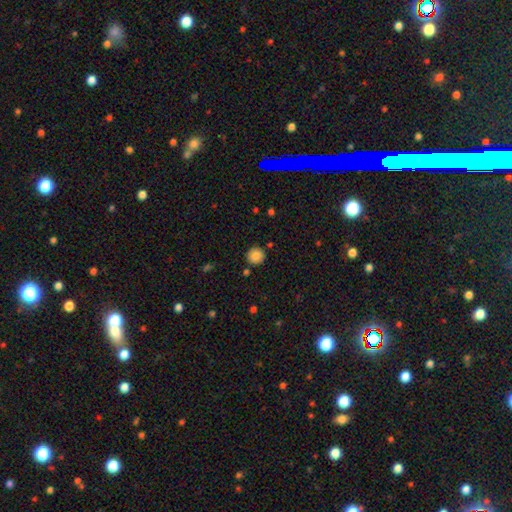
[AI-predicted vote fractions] Smooth or featured?
  - smooth: 84% *
  - star or artifact: 9%
  - featured or disk: 7%
How rounded?
  - round: 94% *
  - in between: 5%
  - cigar-shaped: 1%
Merging?
  - none: 88% *
  - minor disturbance: 7%
  - merger: 3%
  - major disturbance: 2%